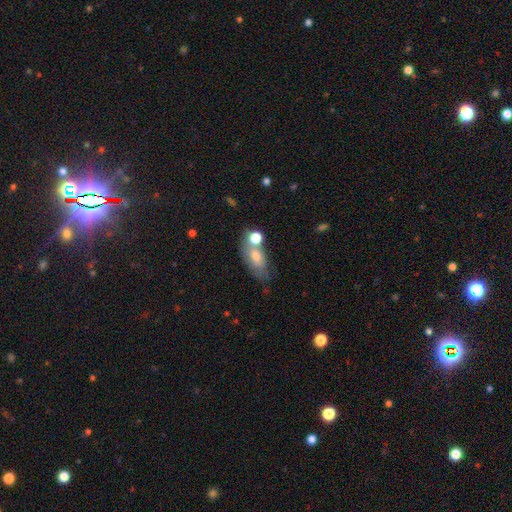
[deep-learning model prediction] Smooth or featured?
  - smooth: 68% *
  - featured or disk: 21%
  - star or artifact: 11%
How rounded?
  - in between: 77% *
  - round: 13%
  - cigar-shaped: 10%
Merging?
  - none: 44% *
  - merger: 27%
  - minor disturbance: 19%
  - major disturbance: 10%